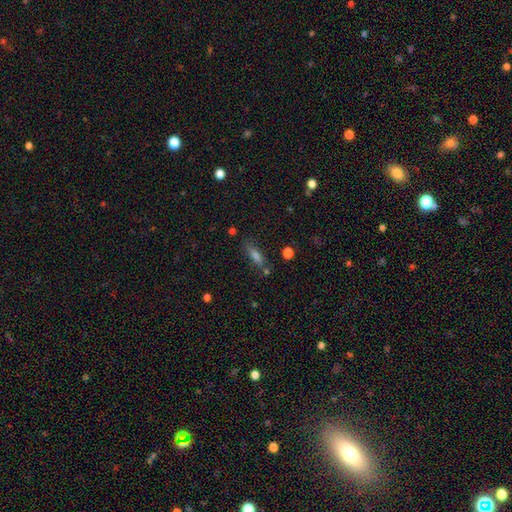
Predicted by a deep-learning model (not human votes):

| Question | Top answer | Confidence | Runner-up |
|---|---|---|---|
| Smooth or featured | smooth | 69% | featured or disk (17%) |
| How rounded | cigar-shaped | 51% | in between (45%) |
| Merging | none | 70% | minor disturbance (17%) |